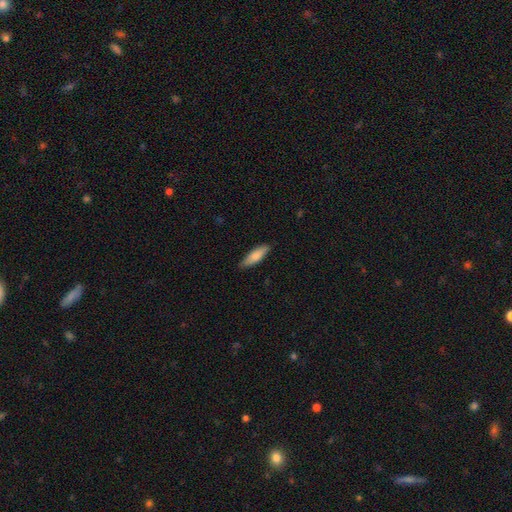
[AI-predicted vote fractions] Morphology: type=smooth (80%); roundness=cigar-shaped (56%); merging=none (85%).